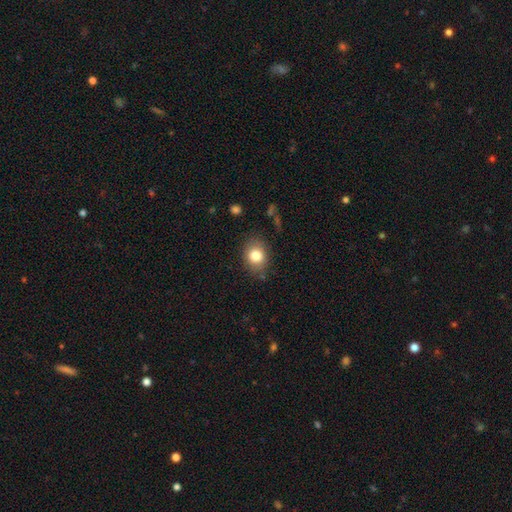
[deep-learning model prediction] smooth-or-featured: smooth: 81% | star or artifact: 10% | featured or disk: 10%
  how-rounded: in between: 54% | round: 45% | cigar-shaped: 1%
  merging: none: 81% | minor disturbance: 13% | major disturbance: 4% | merger: 2%